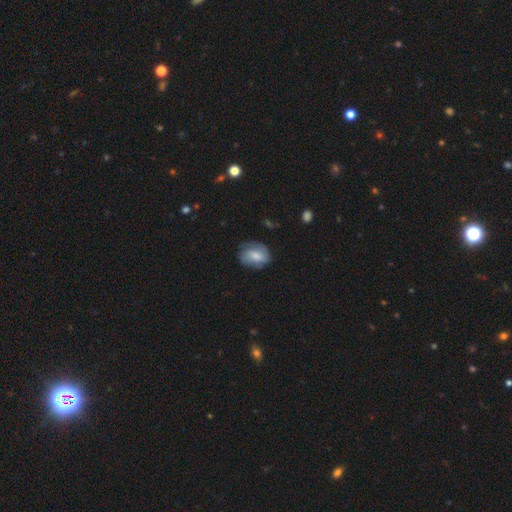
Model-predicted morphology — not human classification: Smooth or featured: smooth — 64% (featured or disk — 29%)
How rounded: in between — 70% (round — 28%)
Merging: none — 62% (minor disturbance — 27%)